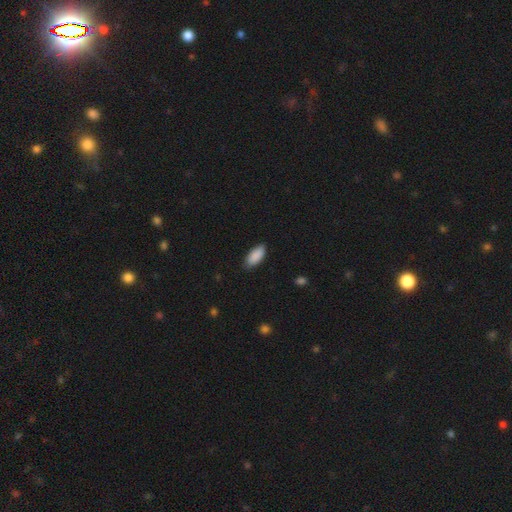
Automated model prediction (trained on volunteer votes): smooth-or-featured: smooth: 90% | star or artifact: 6% | featured or disk: 4%
  how-rounded: in between: 90% | cigar-shaped: 9% | round: 2%
  merging: none: 84% | minor disturbance: 12% | major disturbance: 2% | merger: 1%